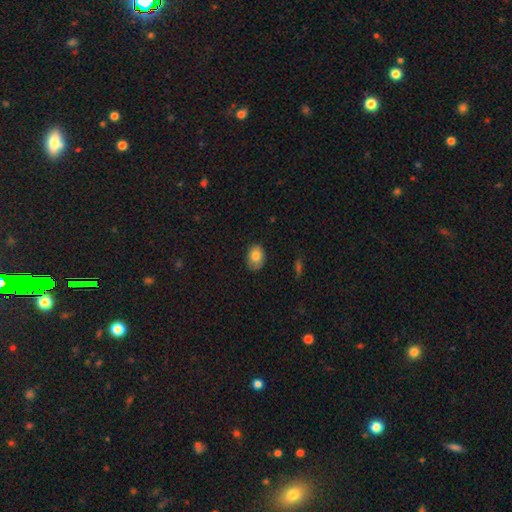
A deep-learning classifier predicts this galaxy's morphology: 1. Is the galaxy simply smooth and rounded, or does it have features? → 81% smooth, 11% featured or disk, 8% star or artifact.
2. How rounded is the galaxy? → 74% in between, 25% round, 1% cigar-shaped.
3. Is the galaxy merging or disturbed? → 76% none, 19% minor disturbance, 3% major disturbance, 1% merger.